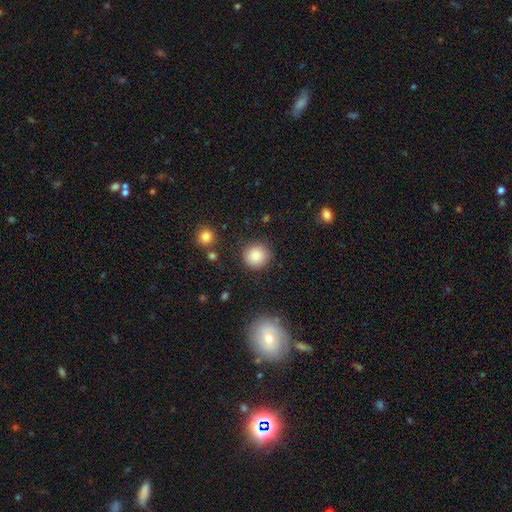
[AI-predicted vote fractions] This is clearly a smooth galaxy (86%). How rounded: clearly round (90%). Merging: clearly none (86%).